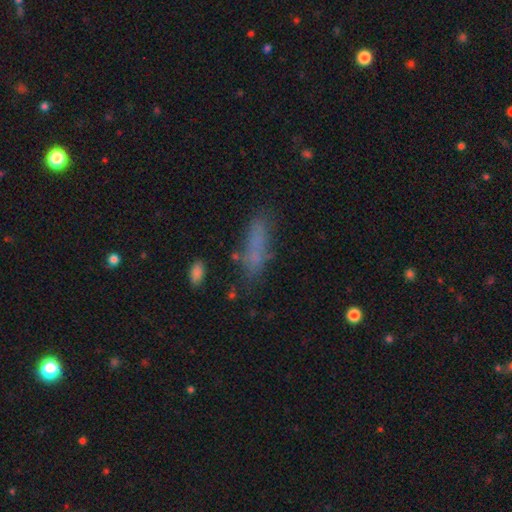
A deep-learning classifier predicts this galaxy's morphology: The model was most divided on "how rounded": cigar-shaped: 60%, in between: 37%, round: 3%. More confident: smooth or featured — smooth (69%); merging — none (64%).